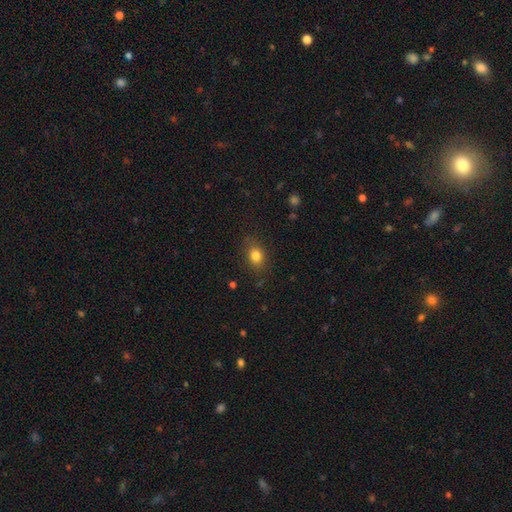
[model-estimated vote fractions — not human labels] Morphology: type=smooth (82%); roundness=in between (59%); merging=none (81%).